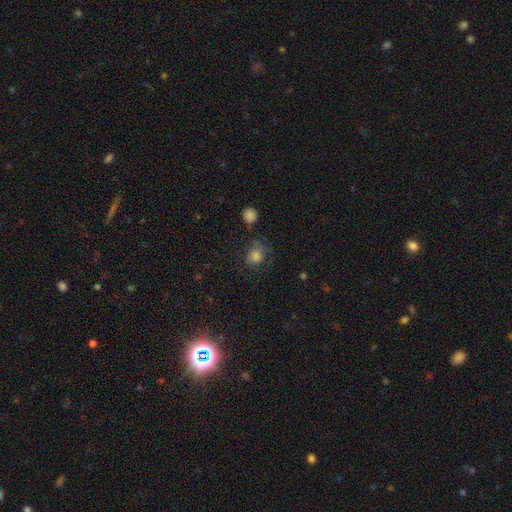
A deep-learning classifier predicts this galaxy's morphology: smooth_or_featured: smooth (p=0.65) [alt: star or artifact p=0.19]
how_rounded: round (p=0.71) [alt: in between p=0.28]
merging: none (p=0.59) [alt: minor disturbance p=0.22]